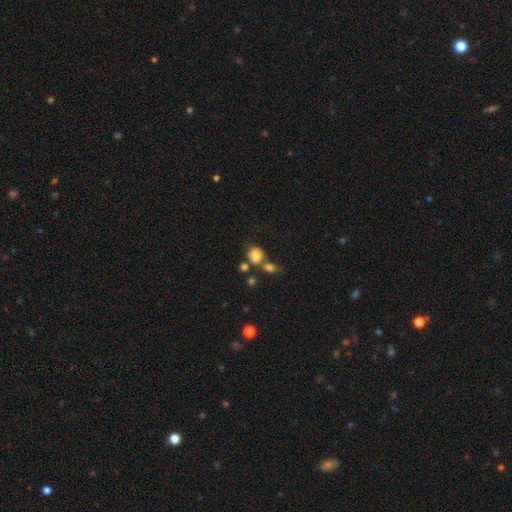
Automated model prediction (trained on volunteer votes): The model was most divided on "merging": none: 48%, merger: 32%, minor disturbance: 14%, major disturbance: 6%. More confident: smooth or featured — smooth (80%); how rounded — round (66%).